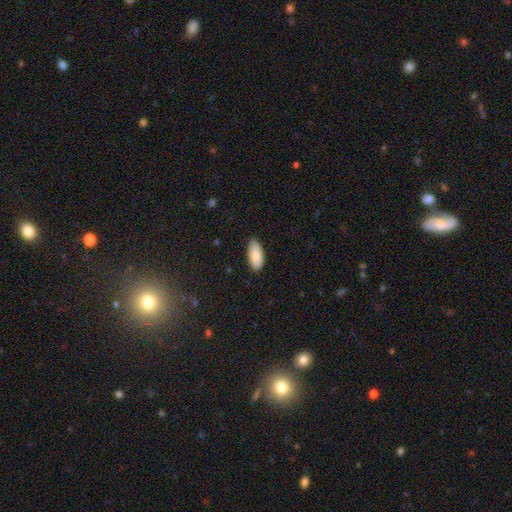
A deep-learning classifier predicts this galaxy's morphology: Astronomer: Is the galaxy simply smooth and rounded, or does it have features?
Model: smooth — 87%.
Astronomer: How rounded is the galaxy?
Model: in between — 88%.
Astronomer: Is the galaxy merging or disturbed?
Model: none — 86%.